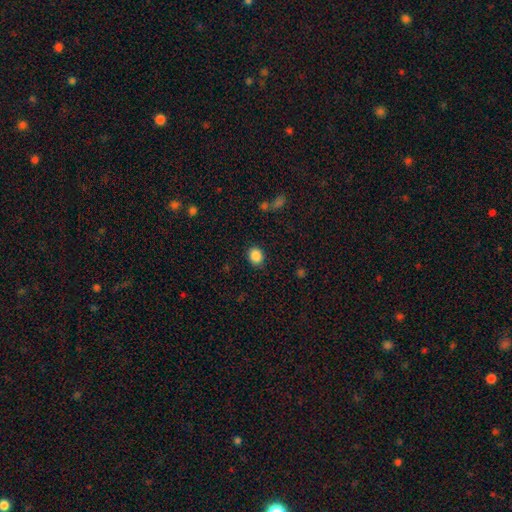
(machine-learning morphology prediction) type=smooth (87%); roundness=round (61%); merging=none (87%).